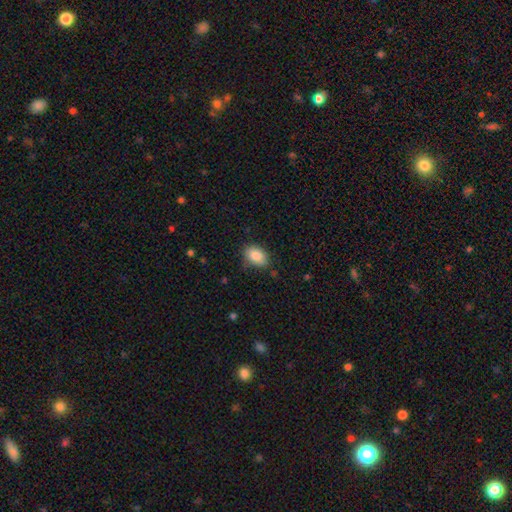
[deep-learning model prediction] smooth 87%, star or artifact 8%, featured or disk 6%. Down the decision tree: how rounded — in between (83%); merging — none (78%).